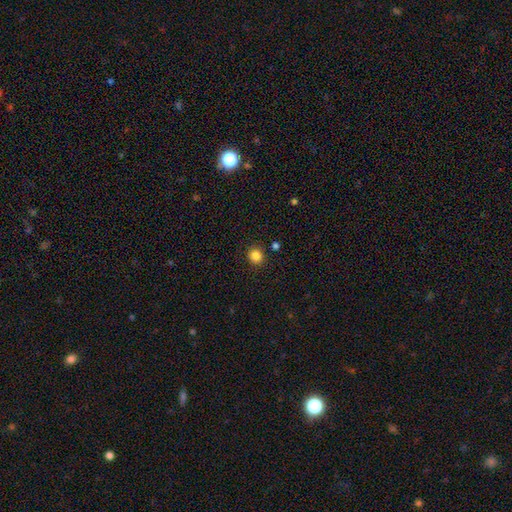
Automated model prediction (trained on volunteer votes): smooth_or_featured: smooth (p=0.84) [alt: star or artifact p=0.12]
how_rounded: round (p=0.92) [alt: in between p=0.07]
merging: none (p=0.90) [alt: minor disturbance p=0.06]